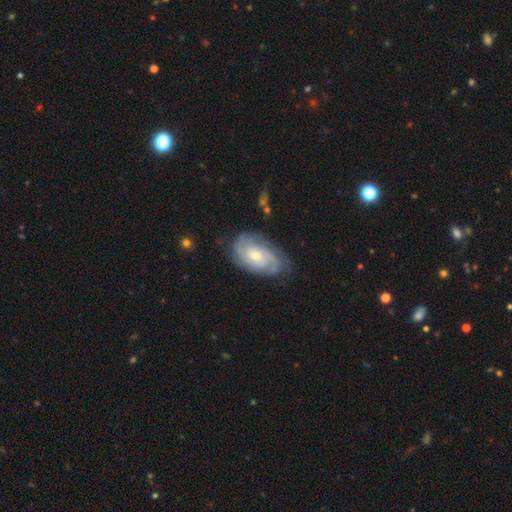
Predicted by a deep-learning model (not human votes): Smooth or featured?
  - featured or disk: 79% *
  - smooth: 16%
  - star or artifact: 5%
Edge-on disk?
  - no: 96% *
  - yes: 4%
Bar?
  - no: 64% *
  - weak: 32%
  - strong: 4%
Spiral arms?
  - yes: 95% *
  - no: 5%
Spiral winding?
  - tight: 57% *
  - medium: 34%
  - loose: 8%
Spiral arm count?
  - 2: 31% *
  - can't tell: 28%
  - 3: 25%
  - 4: 8%
  - 1: 4%
  - more than 4: 4%
Bulge size?
  - moderate: 48% *
  - small: 47%
  - large: 2%
  - none: 1%
  - dominant: 1%
Merging?
  - none: 73% *
  - minor disturbance: 20%
  - major disturbance: 6%
  - merger: 2%